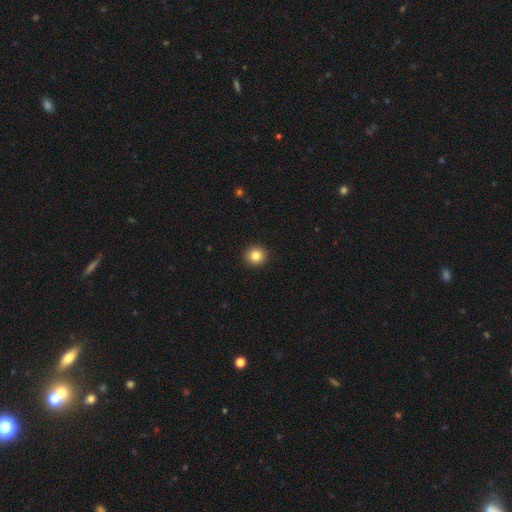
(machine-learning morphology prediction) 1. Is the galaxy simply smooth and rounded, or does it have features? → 84% smooth, 10% star or artifact, 6% featured or disk.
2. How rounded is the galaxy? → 91% round, 8% in between, 1% cigar-shaped.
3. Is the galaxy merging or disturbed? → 94% none, 4% minor disturbance, 1% major disturbance, 1% merger.